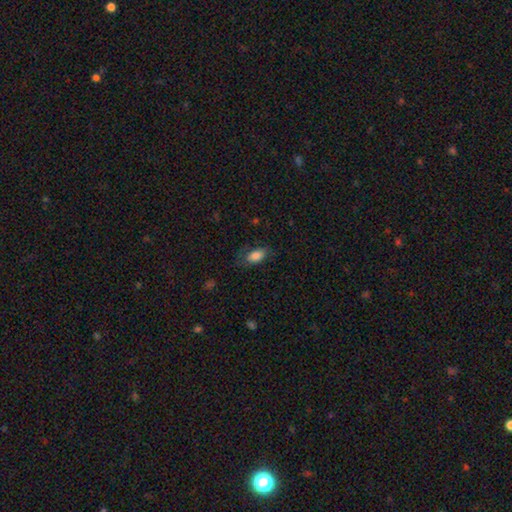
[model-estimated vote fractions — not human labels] Smooth or featured?
  - smooth: 82% *
  - featured or disk: 10%
  - star or artifact: 8%
How rounded?
  - in between: 91% *
  - round: 5%
  - cigar-shaped: 4%
Merging?
  - none: 67% *
  - minor disturbance: 22%
  - major disturbance: 10%
  - merger: 1%